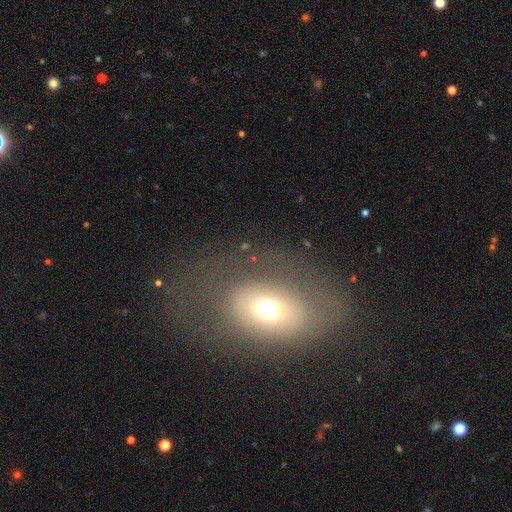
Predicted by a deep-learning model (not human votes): smooth-or-featured: smooth: 48% | featured or disk: 39% | star or artifact: 13%
  merging: none: 60% | minor disturbance: 19% | major disturbance: 18% | merger: 3%